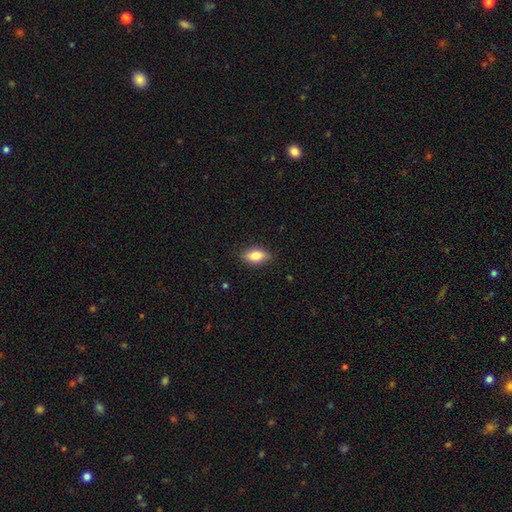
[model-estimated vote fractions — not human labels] A smooth galaxy with no disk features (76%) that is in between round and cigar-shaped (85%). Merging: none (85%).